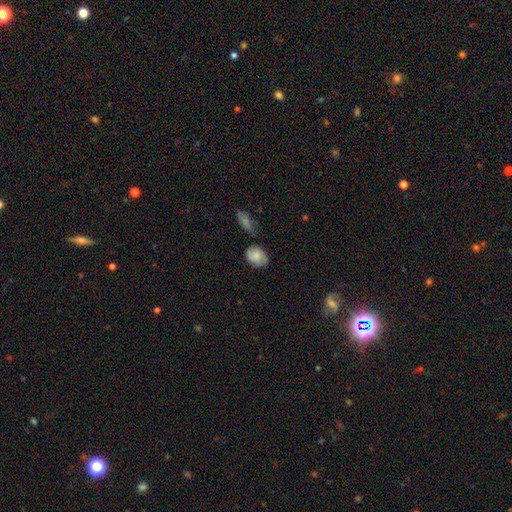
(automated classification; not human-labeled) Smooth or featured? Predicted: smooth (p=0.65). How rounded? Predicted: in between (p=0.64). Merging? Predicted: none (p=0.66).